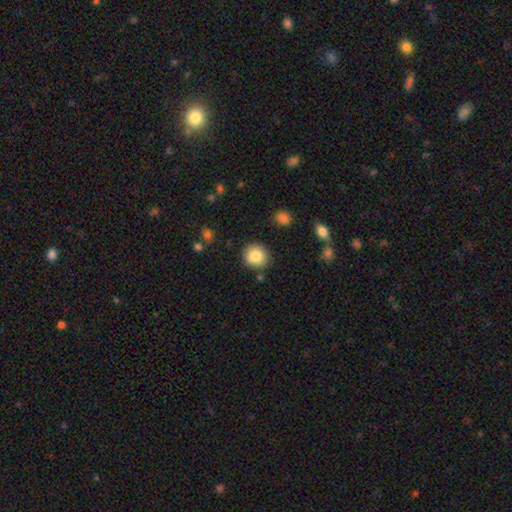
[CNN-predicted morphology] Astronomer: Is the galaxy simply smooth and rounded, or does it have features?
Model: smooth — 84%.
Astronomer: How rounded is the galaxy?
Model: round — 88%.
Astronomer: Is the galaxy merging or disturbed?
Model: none — 84%.